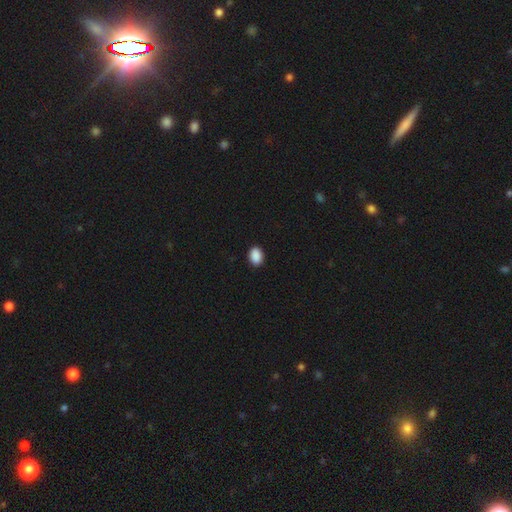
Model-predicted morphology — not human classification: Smooth or featured?
  - smooth: 90% *
  - star or artifact: 8%
  - featured or disk: 2%
How rounded?
  - in between: 76% *
  - round: 23%
  - cigar-shaped: 1%
Merging?
  - none: 90% *
  - minor disturbance: 8%
  - major disturbance: 2%
  - merger: 1%